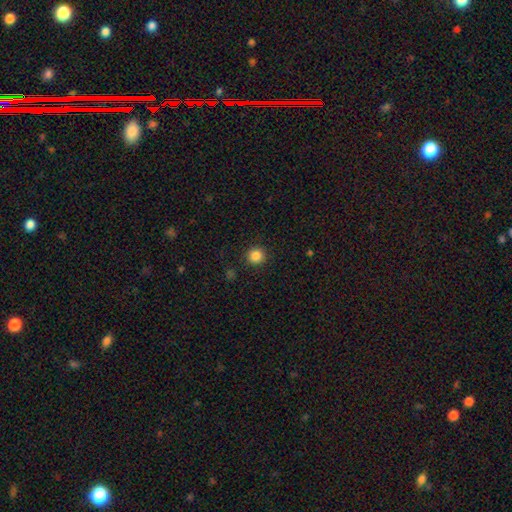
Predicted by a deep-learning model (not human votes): smooth_or_featured: smooth (p=0.86) [alt: star or artifact p=0.11]
how_rounded: round (p=0.93) [alt: in between p=0.06]
merging: none (p=0.90) [alt: minor disturbance p=0.06]